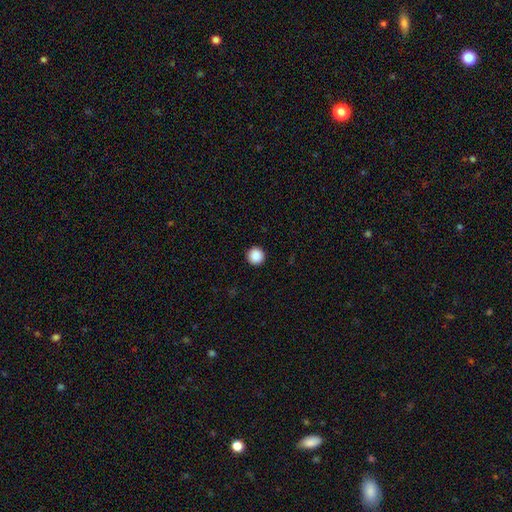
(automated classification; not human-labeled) Smooth or featured: smooth — 89% (star or artifact — 9%)
How rounded: round — 96% (in between — 3%)
Merging: none — 93% (minor disturbance — 4%)